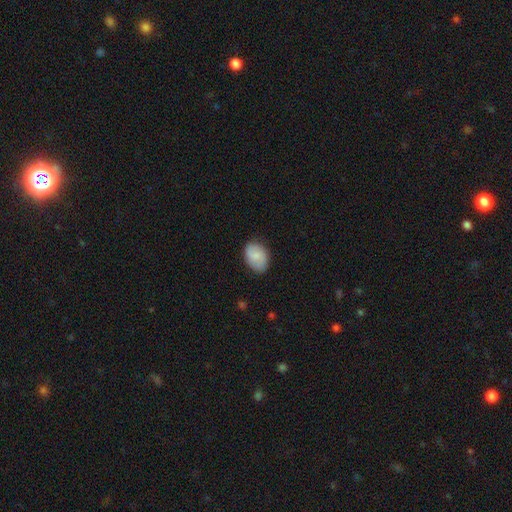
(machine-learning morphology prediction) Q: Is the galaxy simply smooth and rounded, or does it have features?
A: smooth — 78%.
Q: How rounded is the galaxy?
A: in between — 78%.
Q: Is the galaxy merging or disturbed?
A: none — 78%.